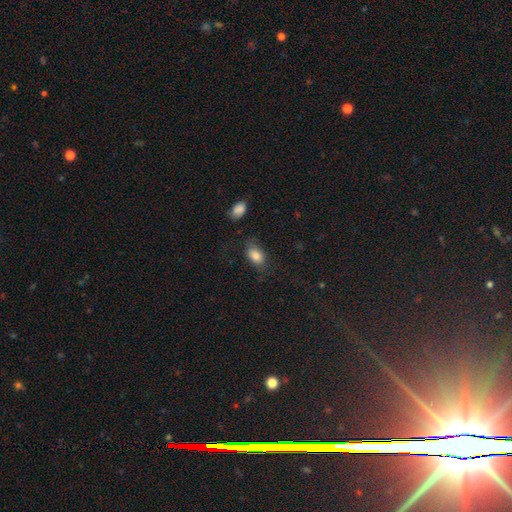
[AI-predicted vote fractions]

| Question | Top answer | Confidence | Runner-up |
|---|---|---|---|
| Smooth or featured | smooth | 83% | star or artifact (9%) |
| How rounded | in between | 88% | round (10%) |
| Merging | none | 70% | minor disturbance (20%) |